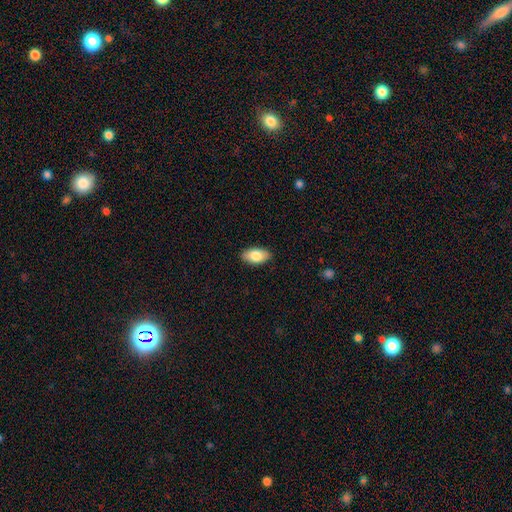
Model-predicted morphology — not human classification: Q: Smooth or featured?
A: smooth (81%); runner-up: featured or disk (12%)
Q: How rounded?
A: in between (94%); runner-up: round (3%)
Q: Merging?
A: none (89%); runner-up: minor disturbance (9%)